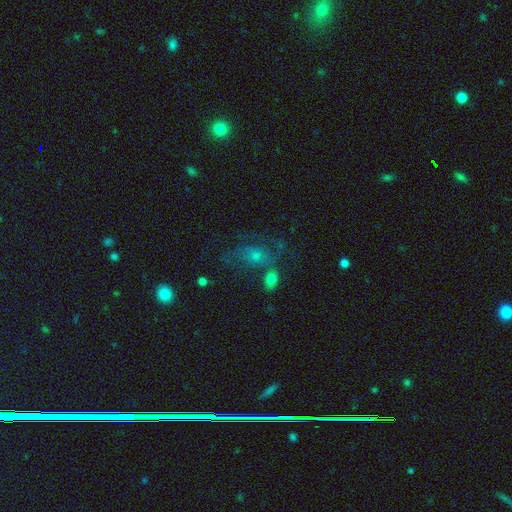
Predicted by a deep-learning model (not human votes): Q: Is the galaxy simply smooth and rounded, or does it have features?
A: featured or disk — 44%.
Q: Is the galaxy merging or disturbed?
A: none — 44%.